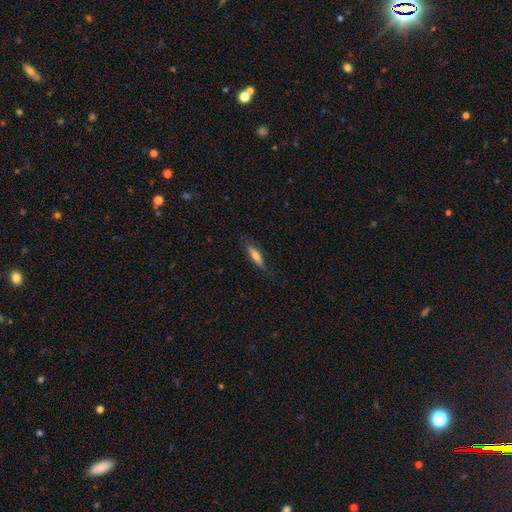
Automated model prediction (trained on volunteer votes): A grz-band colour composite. It shows a smooth galaxy with no disk features (58%) that is cigar-shaped (72%). Merging: none (79%).